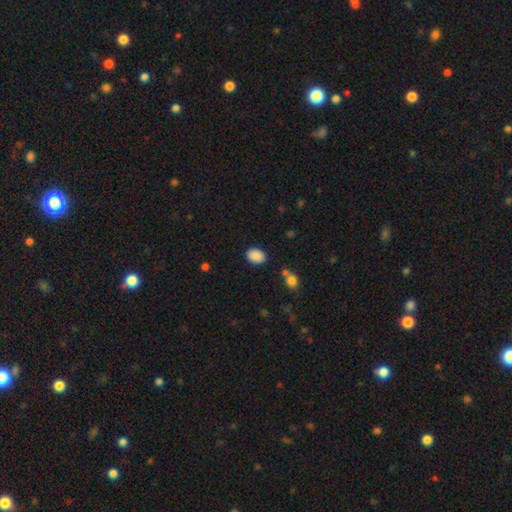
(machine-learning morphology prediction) smooth 89%, star or artifact 8%, featured or disk 3%. Down the decision tree: how rounded — in between (80%); merging — none (84%).